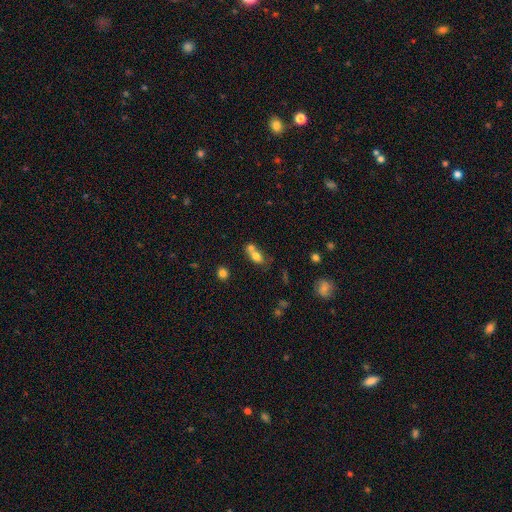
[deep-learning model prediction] Q: Smooth or featured?
A: smooth (73%); runner-up: featured or disk (15%)
Q: How rounded?
A: in between (64%); runner-up: round (32%)
Q: Merging?
A: merger (59%); runner-up: none (28%)